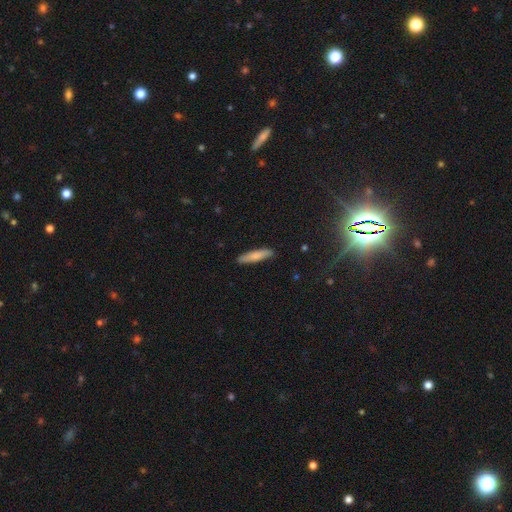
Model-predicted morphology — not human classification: type=smooth (79%); roundness=cigar-shaped (83%); merging=none (88%).